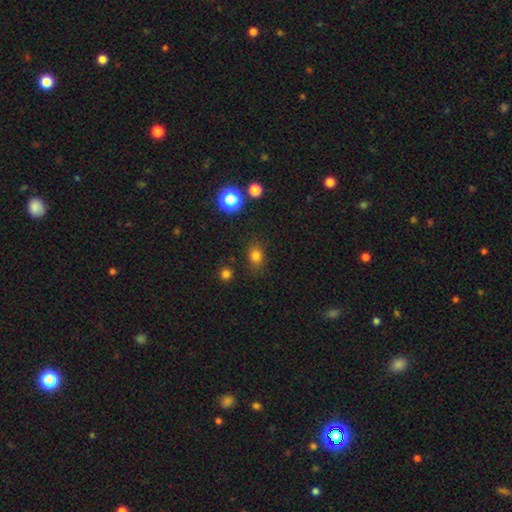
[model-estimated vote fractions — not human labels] This is likely a smooth galaxy (78%). How rounded: possibly round (56%). Merging: clearly none (83%).